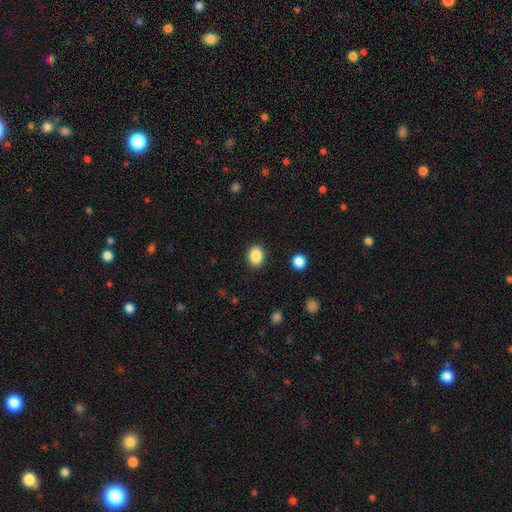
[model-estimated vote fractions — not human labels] A smooth galaxy with no disk features (87%) that is in between round and cigar-shaped (58%).

Vote fractions:
- Smooth or featured? smooth: 87% / star or artifact: 9% / featured or disk: 4%
- How rounded? in between: 58% / round: 42% / cigar-shaped: 1%
- Merging? none: 88% / minor disturbance: 8% / major disturbance: 2% / merger: 1%